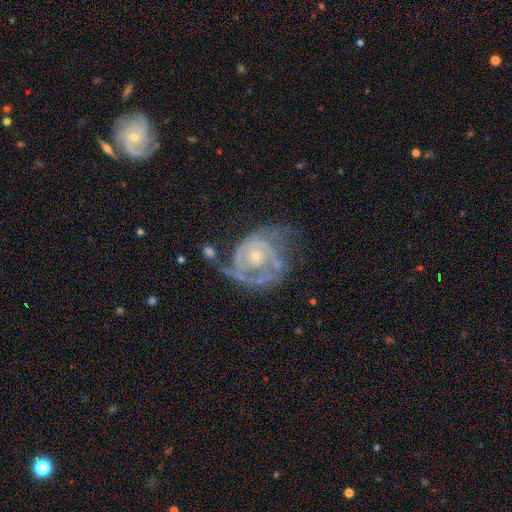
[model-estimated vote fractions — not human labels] Smooth or featured? Predicted: featured or disk (p=0.87). Edge-on disk? Predicted: no (p=0.98). Bar? Predicted: no (p=0.75). Spiral arms? Predicted: yes (p=0.92). Spiral winding? Predicted: tight (p=0.58). Spiral arm count? Predicted: 2 (p=0.45). Bulge size? Predicted: small (p=0.70). Merging? Predicted: none (p=0.43).